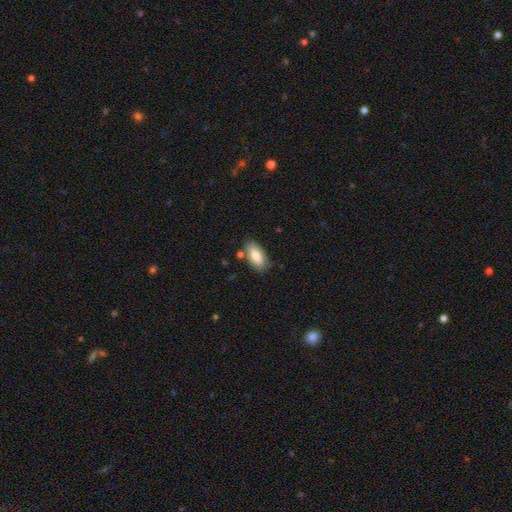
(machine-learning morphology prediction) This appears to be a smooth galaxy with no disk features (80%) that is in between round and cigar-shaped (92%). Merging: none (76%).